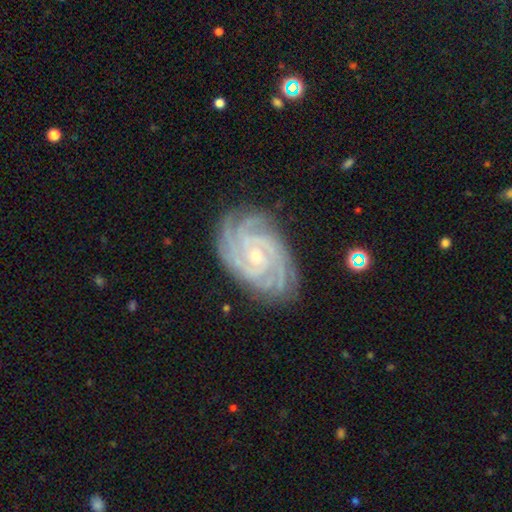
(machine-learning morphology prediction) type=featured or disk (91%); edge-on=no (97%); bar=no (65%); spiral arms=yes (99%); winding=tight (81%); arm count=4 (36%); bulge=small (68%); merging=none (81%).